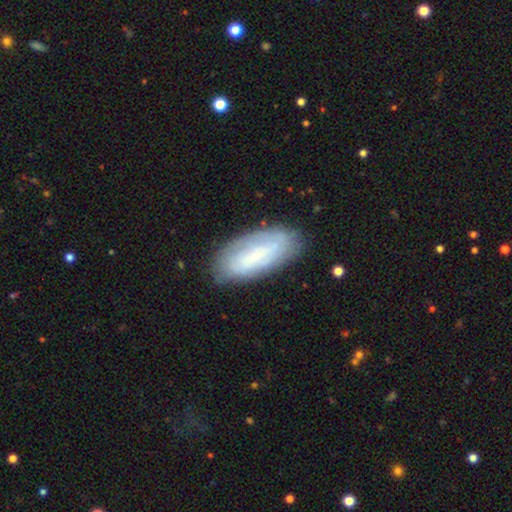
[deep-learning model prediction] Smooth or featured: smooth — 51% (featured or disk — 41%)
How rounded: in between — 81% (cigar-shaped — 17%)
Merging: none — 78% (minor disturbance — 16%)